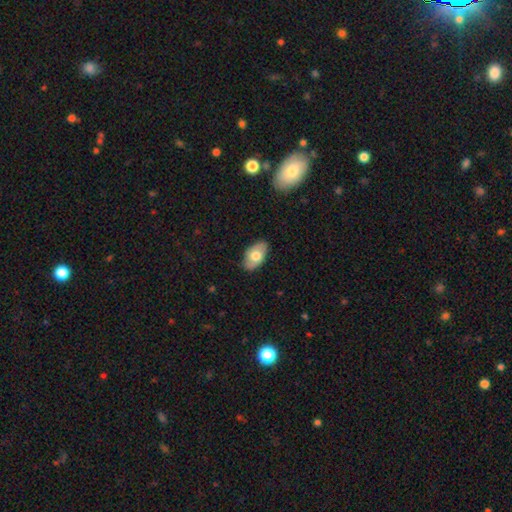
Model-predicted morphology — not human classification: Q: Smooth or featured?
A: smooth (69%); runner-up: featured or disk (25%)
Q: How rounded?
A: in between (94%); runner-up: round (5%)
Q: Merging?
A: none (82%); runner-up: minor disturbance (14%)